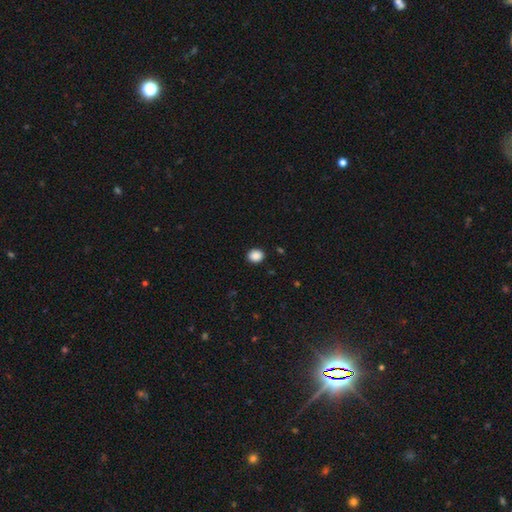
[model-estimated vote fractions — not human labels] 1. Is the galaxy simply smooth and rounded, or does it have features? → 88% smooth, 9% star or artifact, 3% featured or disk.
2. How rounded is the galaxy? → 67% round, 32% in between, 1% cigar-shaped.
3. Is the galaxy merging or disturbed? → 90% none, 7% minor disturbance, 2% major disturbance, 1% merger.